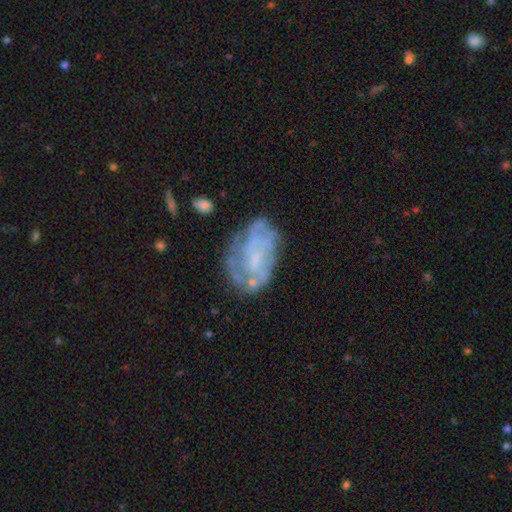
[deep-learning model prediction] A featured or disk galaxy (69%) with no bar (64%), spiral arms (62%) and a small central bulge (46%). Merging: none (59%).